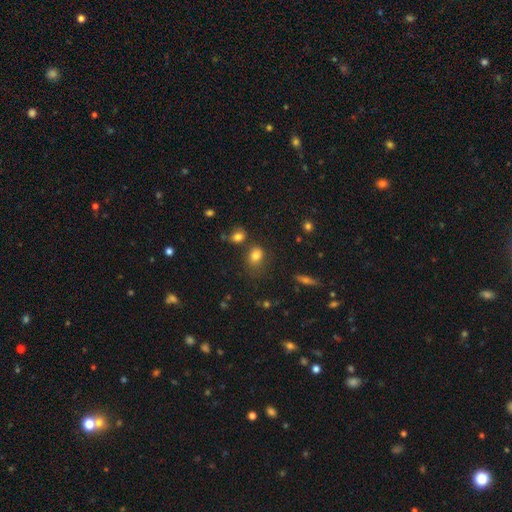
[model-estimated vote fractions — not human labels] Overall: smooth (79%). How rounded: in between (60%; round 38%). Merging: none (57%; minor disturbance 22%).